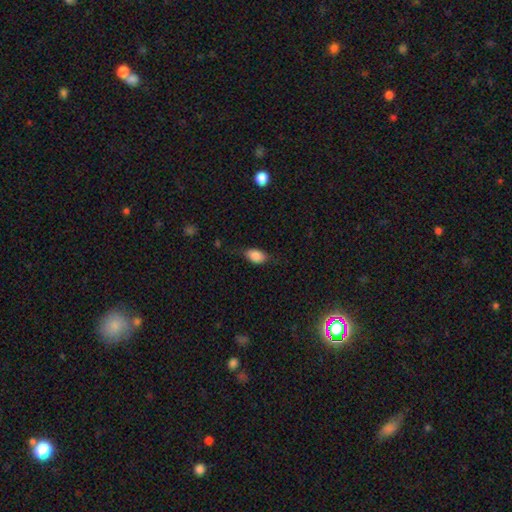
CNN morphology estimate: A smooth galaxy with no disk features (84%) that is in between round and cigar-shaped (88%).

Vote fractions:
- Smooth or featured? smooth: 84% / featured or disk: 8% / star or artifact: 8%
- How rounded? in between: 88% / round: 9% / cigar-shaped: 3%
- Merging? none: 72% / minor disturbance: 22% / major disturbance: 6% / merger: 1%